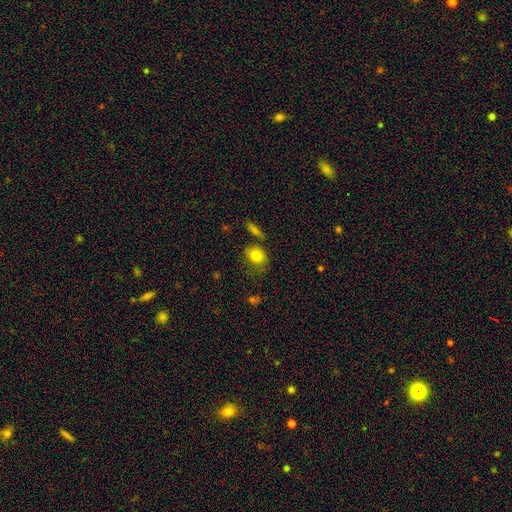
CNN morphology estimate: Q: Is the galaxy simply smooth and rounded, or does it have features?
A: smooth — 79%.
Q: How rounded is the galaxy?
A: round — 54%.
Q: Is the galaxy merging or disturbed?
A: none — 63%.